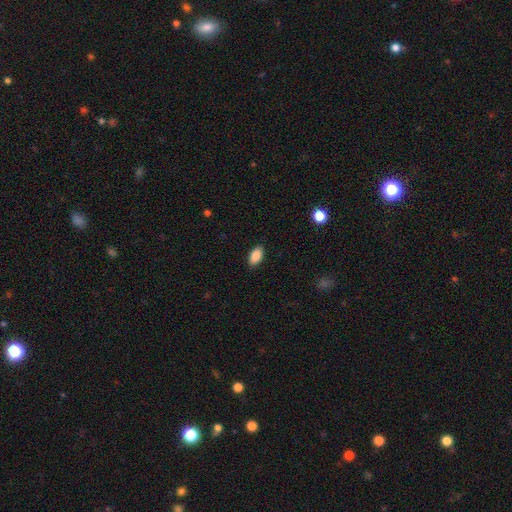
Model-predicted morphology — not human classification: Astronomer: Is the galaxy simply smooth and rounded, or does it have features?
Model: smooth — 88%.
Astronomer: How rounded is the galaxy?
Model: in between — 92%.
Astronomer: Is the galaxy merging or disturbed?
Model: none — 88%.